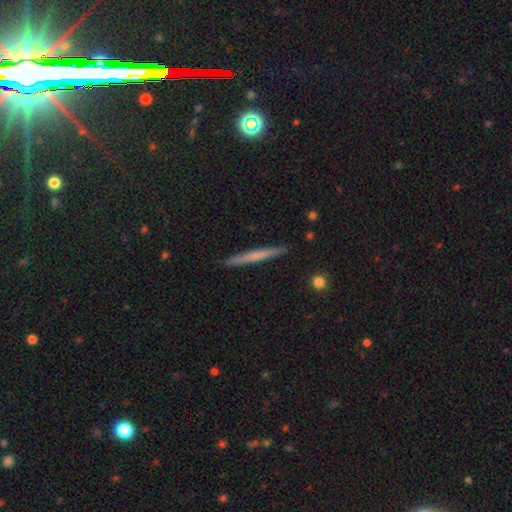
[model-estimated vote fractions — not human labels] smooth 55%, featured or disk 39%, star or artifact 6%. Down the decision tree: how rounded — cigar-shaped (97%); merging — none (92%).